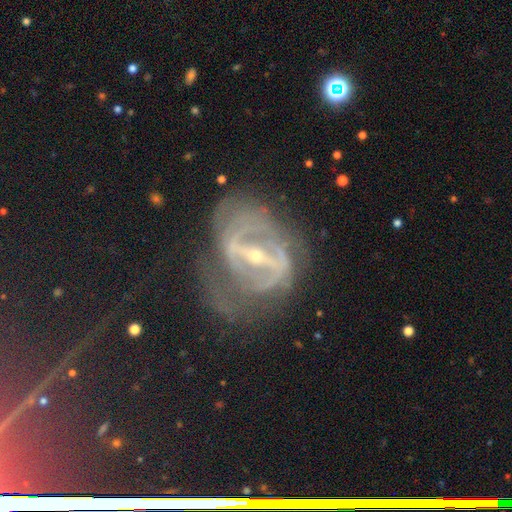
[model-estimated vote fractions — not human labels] Morphology: type=featured or disk (85%); edge-on=no (93%); bar=strong (71%); spiral arms=yes (78%); winding=tight (46%); arm count=2 (43%); bulge=small (69%); merging=none (52%).